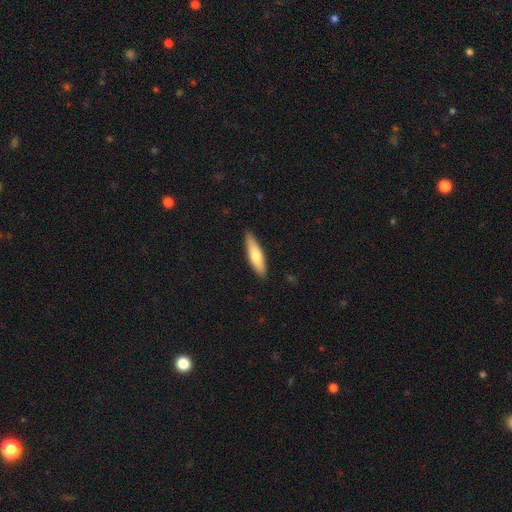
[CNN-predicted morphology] Q: Smooth or featured?
A: smooth (68%); runner-up: featured or disk (27%)
Q: How rounded?
A: cigar-shaped (68%); runner-up: in between (31%)
Q: Merging?
A: none (88%); runner-up: minor disturbance (9%)